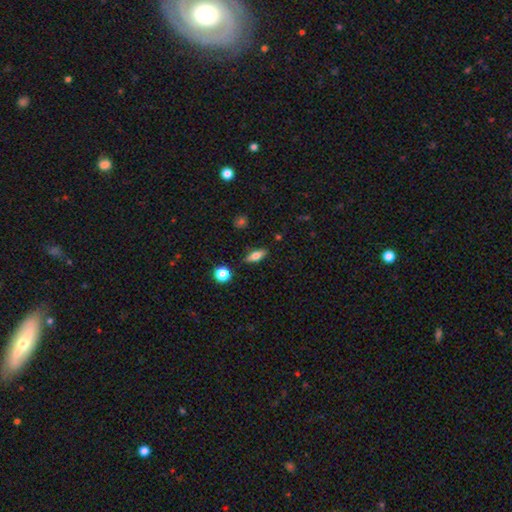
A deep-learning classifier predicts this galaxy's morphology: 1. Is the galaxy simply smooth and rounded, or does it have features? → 67% smooth, 25% featured or disk, 9% star or artifact.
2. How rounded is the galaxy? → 66% in between, 28% cigar-shaped, 6% round.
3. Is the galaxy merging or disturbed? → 86% none, 9% minor disturbance, 2% major disturbance, 2% merger.